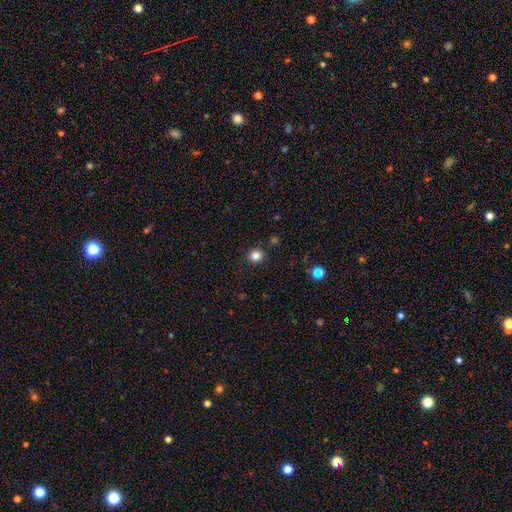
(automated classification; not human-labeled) smooth_or_featured: smooth (p=0.83) [alt: star or artifact p=0.13]
how_rounded: round (p=0.88) [alt: in between p=0.11]
merging: none (p=0.89) [alt: minor disturbance p=0.07]